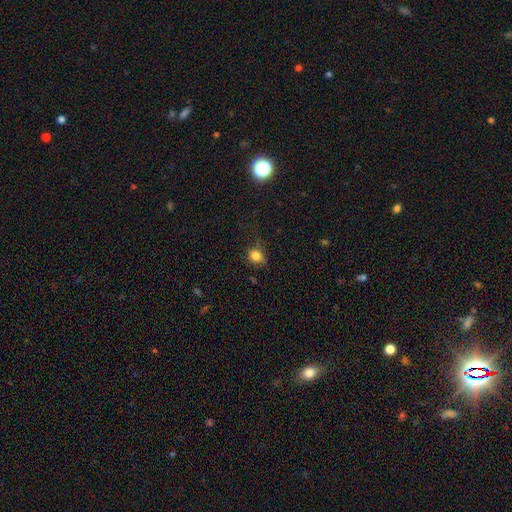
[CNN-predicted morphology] A smooth galaxy with no disk features (81%) that is round (68%). Merging: none (63%).